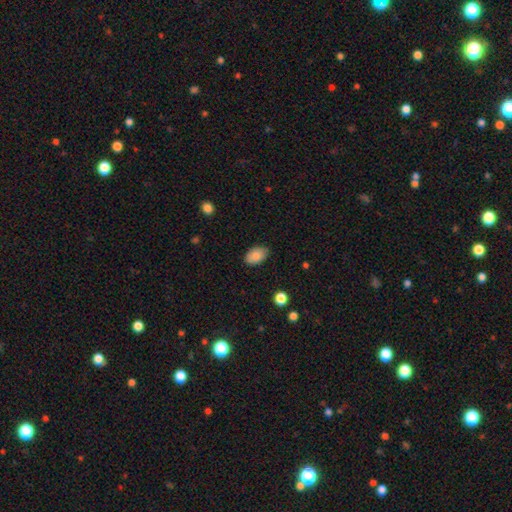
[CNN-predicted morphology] Smooth or featured? Predicted: smooth (p=0.86). How rounded? Predicted: in between (p=0.91). Merging? Predicted: none (p=0.84).